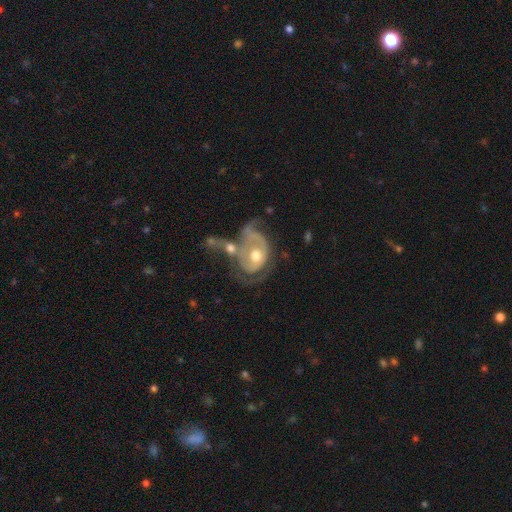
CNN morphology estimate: smooth-or-featured: featured or disk: 77% | smooth: 16% | star or artifact: 6%
  disk-edge-on: no: 96% | yes: 4%
    bar: no: 74% | weak: 21% | strong: 5%
    has-spiral-arms: yes: 79% | no: 21%
      spiral-winding: tight: 45% | medium: 33% | loose: 22%
      spiral-arm-count: 2: 37% | 1: 28% | can't tell: 25% | 3: 5% | 4: 2% | more than 4: 2%
    bulge-size: moderate: 73% | small: 13% | large: 11% | none: 2% | dominant: 1%
  merging: merger: 41% | major disturbance: 28% | none: 18% | minor disturbance: 13%